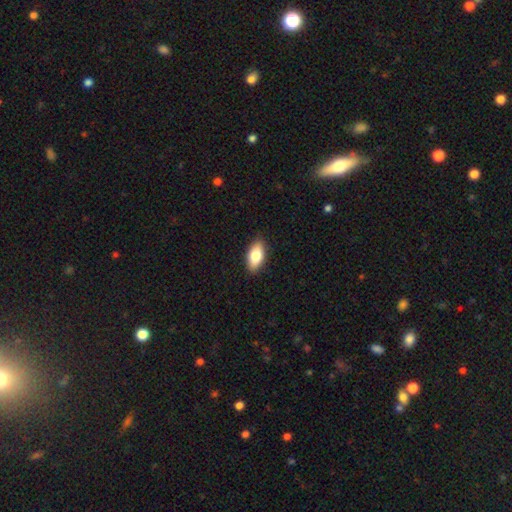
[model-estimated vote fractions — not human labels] Smooth or featured? smooth (80%)
How rounded? in between (90%)
Merging? none (88%)